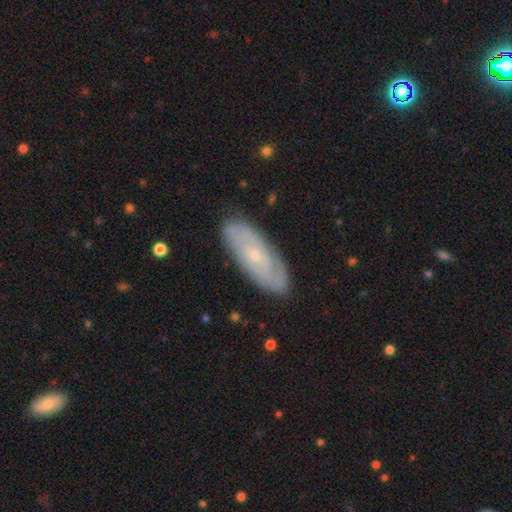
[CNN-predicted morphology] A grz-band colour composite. It shows a featured or disk galaxy (62%) with no bar (73%), spiral arms (77%) and a small central bulge (79%). Merging: none (84%).